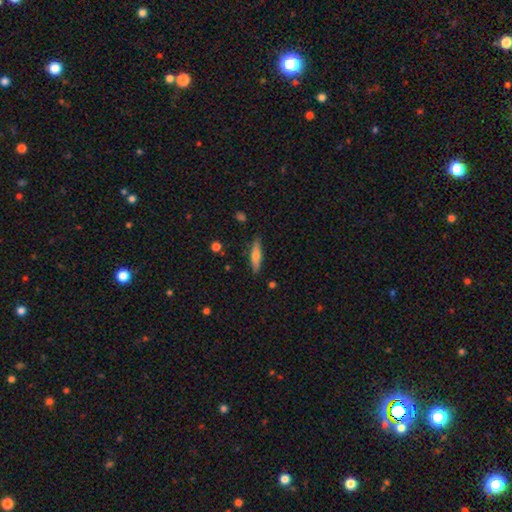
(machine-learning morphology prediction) smooth-or-featured: smooth: 63% | featured or disk: 30% | star or artifact: 7%
  how-rounded: cigar-shaped: 73% | in between: 25% | round: 2%
  merging: none: 84% | minor disturbance: 12% | major disturbance: 2% | merger: 2%